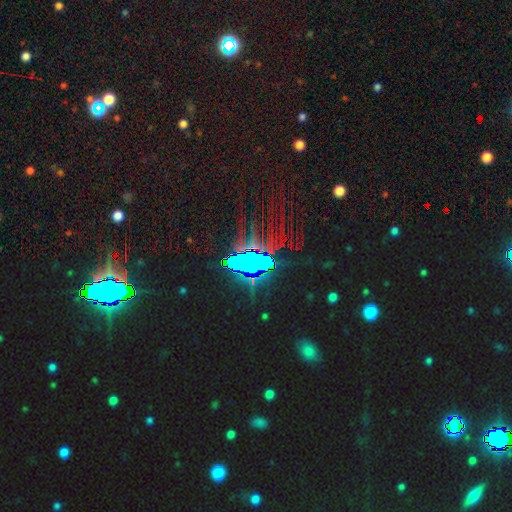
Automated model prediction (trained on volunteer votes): Morphology: type=star or artifact (77%).